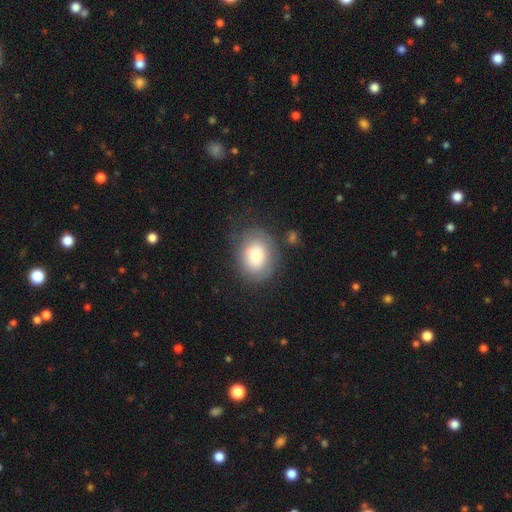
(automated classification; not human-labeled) This appears to be a smooth galaxy with no disk features (76%) that is in between round and cigar-shaped (58%). Merging: none (64%).